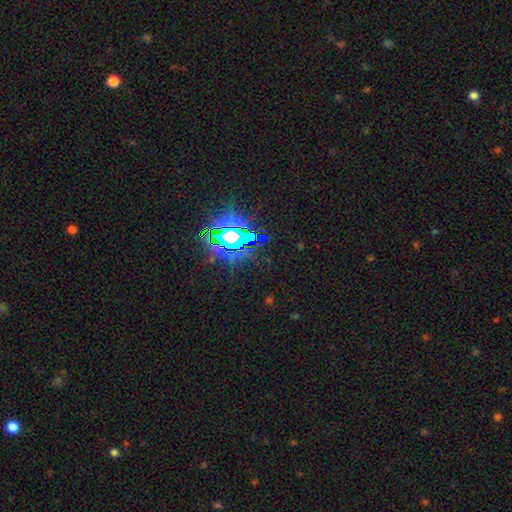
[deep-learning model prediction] This is clearly a star or artifact rather than a galaxy (82%).